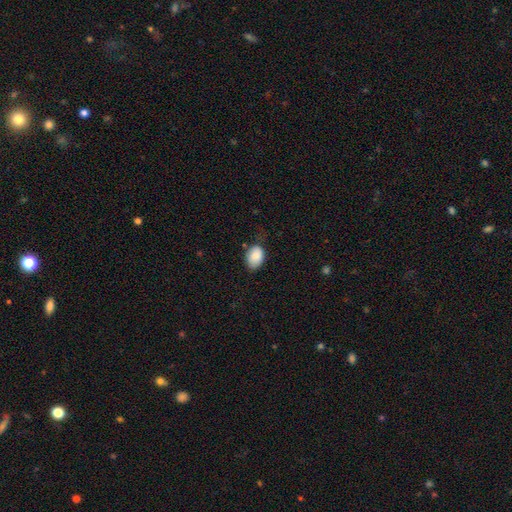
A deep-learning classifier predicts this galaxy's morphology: The model was most divided on "merging": none: 62%, minor disturbance: 29%, major disturbance: 6%, merger: 2%. More confident: smooth or featured — smooth (86%); how rounded — in between (81%).